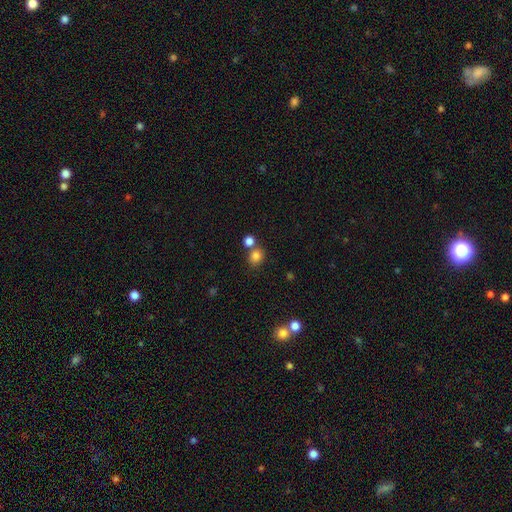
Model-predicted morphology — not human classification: Q: Smooth or featured?
A: smooth (82%); runner-up: star or artifact (12%)
Q: How rounded?
A: round (75%); runner-up: in between (24%)
Q: Merging?
A: none (62%); runner-up: merger (25%)